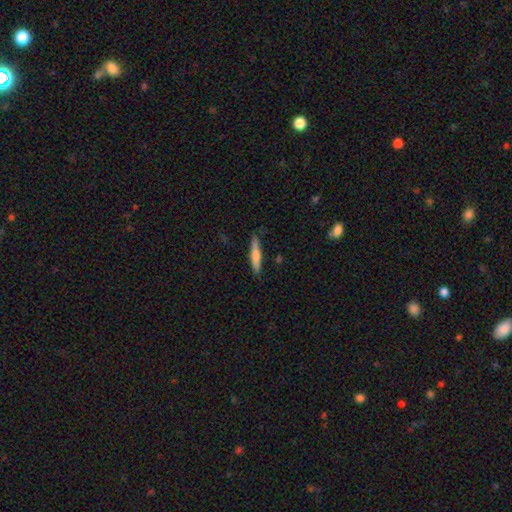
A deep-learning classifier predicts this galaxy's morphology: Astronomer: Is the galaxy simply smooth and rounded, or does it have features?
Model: smooth — 65%.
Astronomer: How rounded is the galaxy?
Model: cigar-shaped — 90%.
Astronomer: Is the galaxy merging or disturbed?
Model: none — 84%.